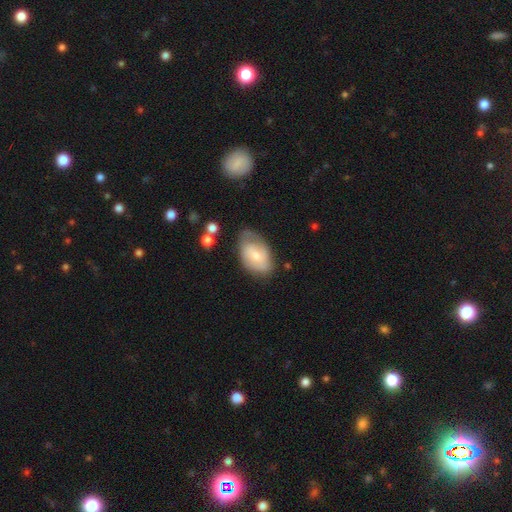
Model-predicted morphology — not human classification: A smooth galaxy with no disk features (50%) that is in between round and cigar-shaped (89%). Merging: none (54%).